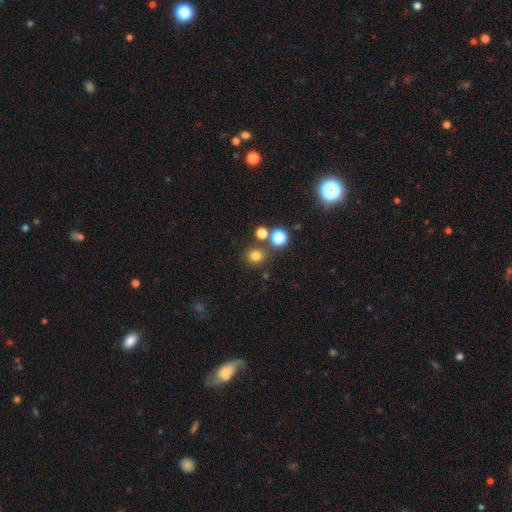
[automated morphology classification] A smooth galaxy with no disk features (77%) that is round (88%). Merging: none (78%).